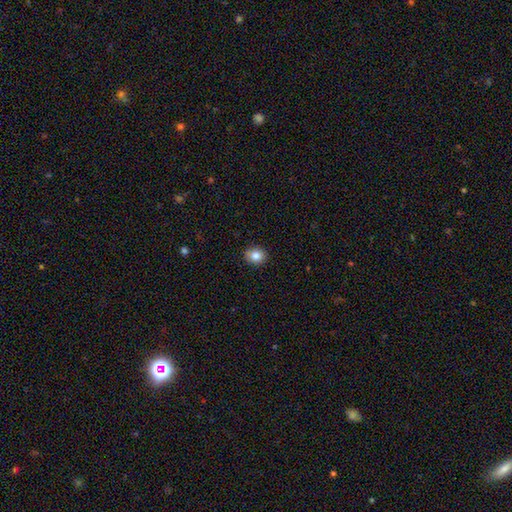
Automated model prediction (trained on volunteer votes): A smooth galaxy with no disk features (84%) that is round (63%). Merging: none (90%).